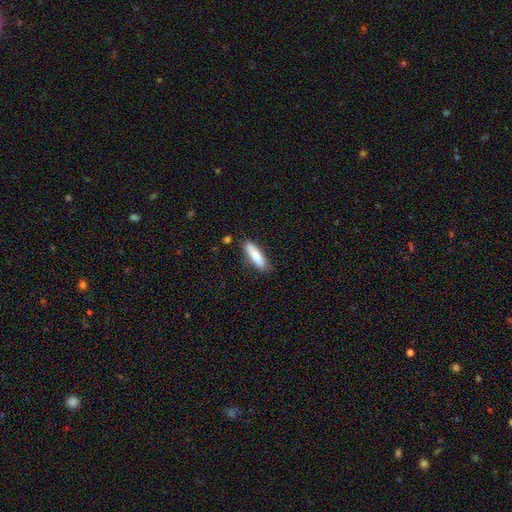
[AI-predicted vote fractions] smooth 79%, featured or disk 15%, star or artifact 6%. Down the decision tree: how rounded — cigar-shaped (70%); merging — none (81%).